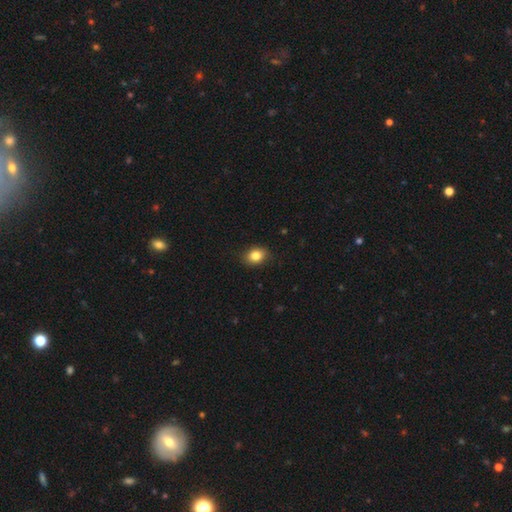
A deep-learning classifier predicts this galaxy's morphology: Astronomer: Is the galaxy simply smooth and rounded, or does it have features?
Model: smooth — 84%.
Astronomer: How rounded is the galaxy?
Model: in between — 59% (runner-up: round, 40%).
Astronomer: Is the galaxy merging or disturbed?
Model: none — 87%.